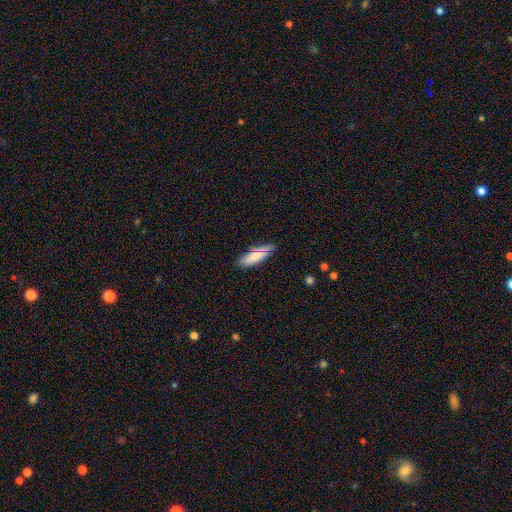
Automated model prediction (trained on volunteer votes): smooth-or-featured: smooth: 78% | featured or disk: 14% | star or artifact: 8%
  how-rounded: cigar-shaped: 50% | in between: 48% | round: 2%
  merging: none: 81% | minor disturbance: 14% | major disturbance: 3% | merger: 2%